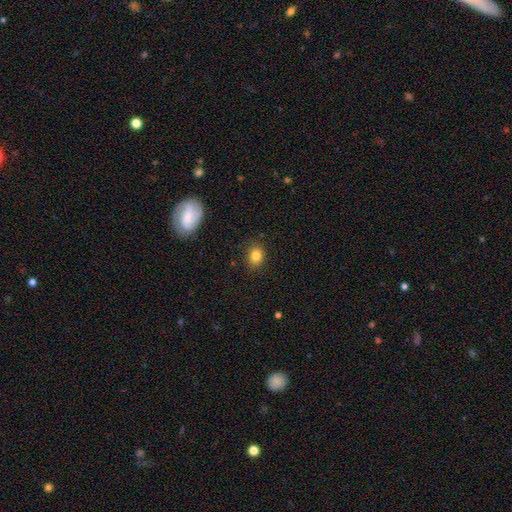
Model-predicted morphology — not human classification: Overall: smooth (83%). How rounded: in between (56%; round 43%). Merging: none (86%).